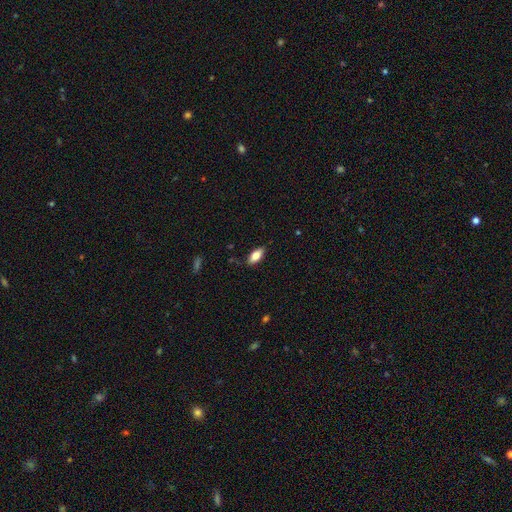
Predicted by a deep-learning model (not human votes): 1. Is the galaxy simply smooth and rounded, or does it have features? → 77% smooth, 16% featured or disk, 7% star or artifact.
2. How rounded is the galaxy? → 84% in between, 13% cigar-shaped, 2% round.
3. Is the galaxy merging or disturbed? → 84% none, 12% minor disturbance, 2% major disturbance, 1% merger.